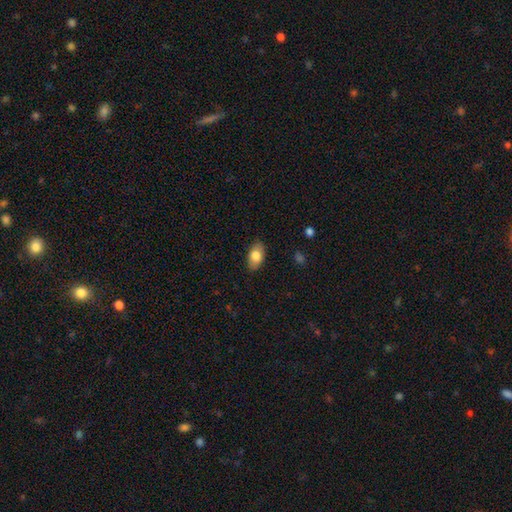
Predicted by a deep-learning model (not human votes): Smooth or featured? Predicted: smooth (p=0.81). How rounded? Predicted: in between (p=0.92). Merging? Predicted: none (p=0.86).